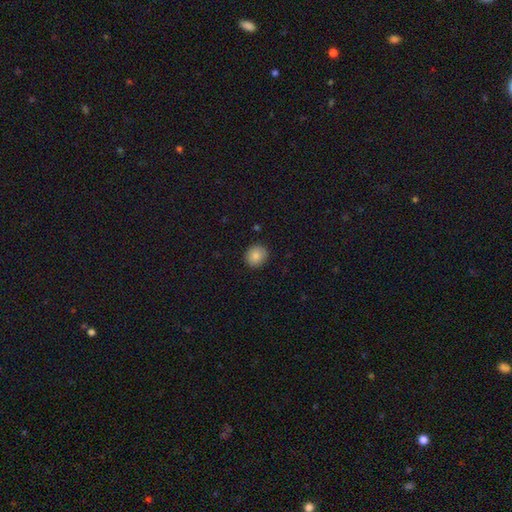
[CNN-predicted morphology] smooth-or-featured: smooth: 86% | star or artifact: 9% | featured or disk: 6%
  how-rounded: round: 80% | in between: 19% | cigar-shaped: 1%
  merging: none: 89% | minor disturbance: 8% | major disturbance: 2% | merger: 1%